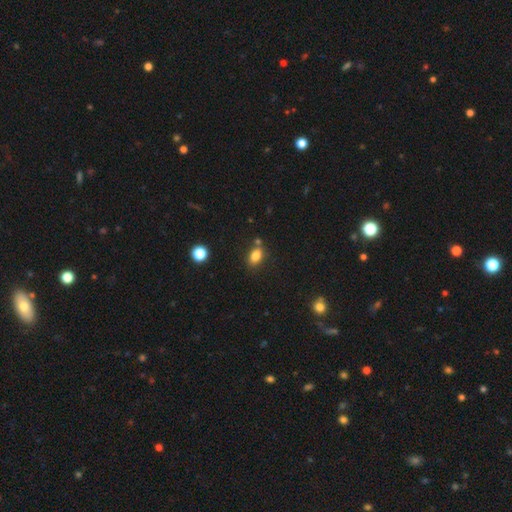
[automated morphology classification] The model was most divided on "merging": none: 73%, minor disturbance: 13%, merger: 11%, major disturbance: 3%. More confident: smooth or featured — smooth (83%); how rounded — in between (80%).